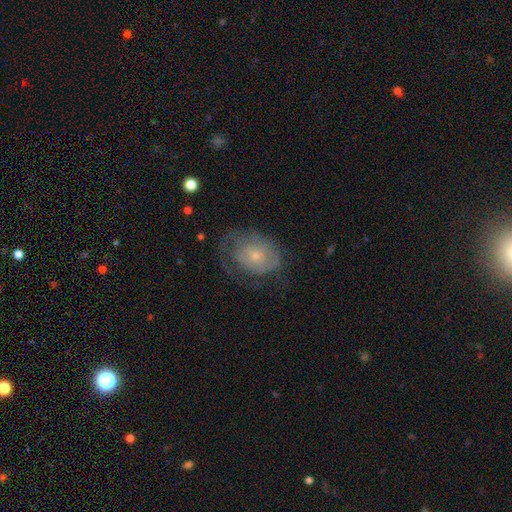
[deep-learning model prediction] featured or disk 51%, smooth 40%, star or artifact 8%. Down the decision tree: edge-on disk — no (96%); merging — none (46%).